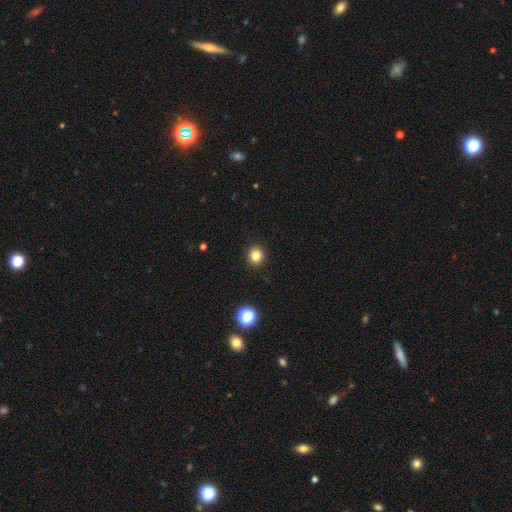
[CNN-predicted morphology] The model was most divided on "smooth or featured": smooth: 83%, star or artifact: 13%, featured or disk: 5%. More confident: merging — none (93%); how rounded — round (89%).